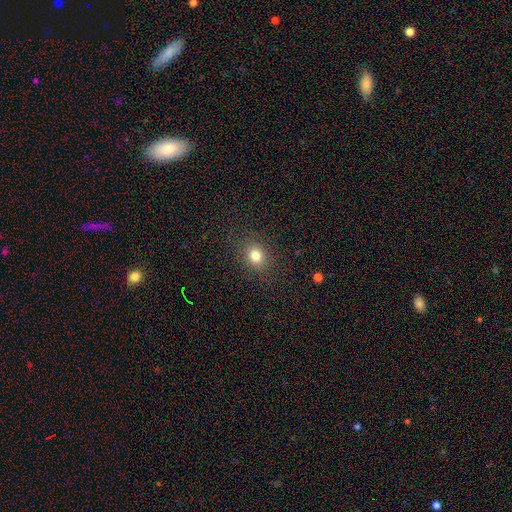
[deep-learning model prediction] Smooth or featured?
  - smooth: 79% *
  - star or artifact: 14%
  - featured or disk: 7%
How rounded?
  - round: 64% *
  - in between: 35%
  - cigar-shaped: 1%
Merging?
  - none: 87% *
  - minor disturbance: 9%
  - major disturbance: 4%
  - merger: 1%